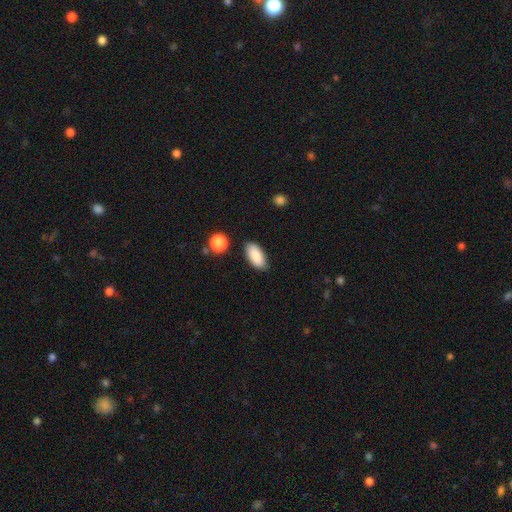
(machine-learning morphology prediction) Smooth or featured: smooth — 87% (star or artifact — 7%)
How rounded: in between — 90% (cigar-shaped — 7%)
Merging: none — 83% (minor disturbance — 12%)